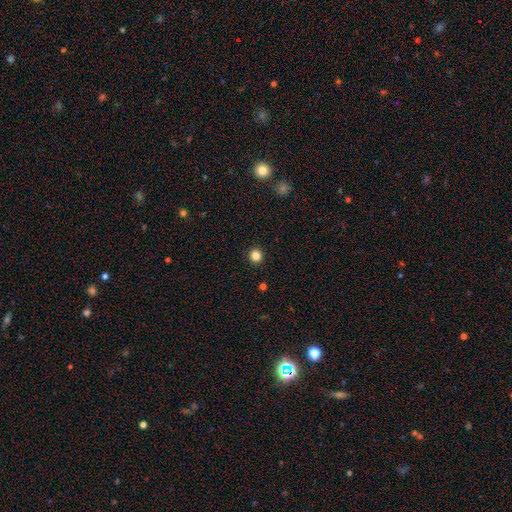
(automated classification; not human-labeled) A smooth galaxy with no disk features (84%) that is round (94%).

Vote fractions:
- Smooth or featured? smooth: 84% / star or artifact: 12% / featured or disk: 4%
- How rounded? round: 94% / in between: 5% / cigar-shaped: 1%
- Merging? none: 93% / minor disturbance: 4% / major disturbance: 1% / merger: 1%